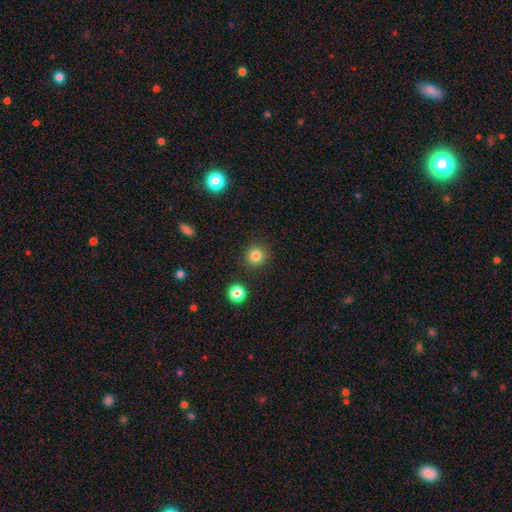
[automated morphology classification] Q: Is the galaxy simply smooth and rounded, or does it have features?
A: smooth — 83%.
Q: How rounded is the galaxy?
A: round — 92%.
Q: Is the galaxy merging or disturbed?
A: none — 90%.